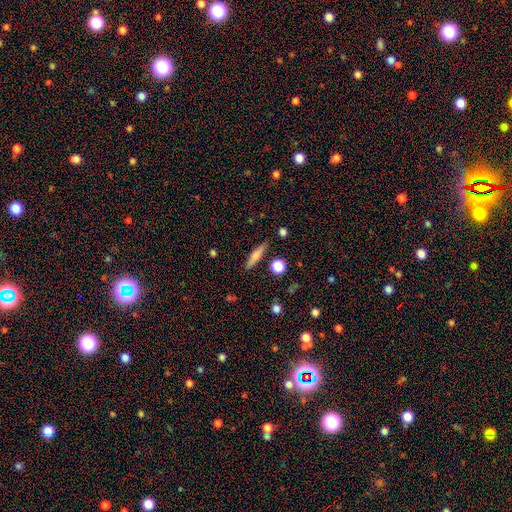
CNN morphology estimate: Smooth or featured: smooth — 67% (featured or disk — 25%)
How rounded: cigar-shaped — 80% (in between — 16%)
Merging: none — 86% (minor disturbance — 9%)